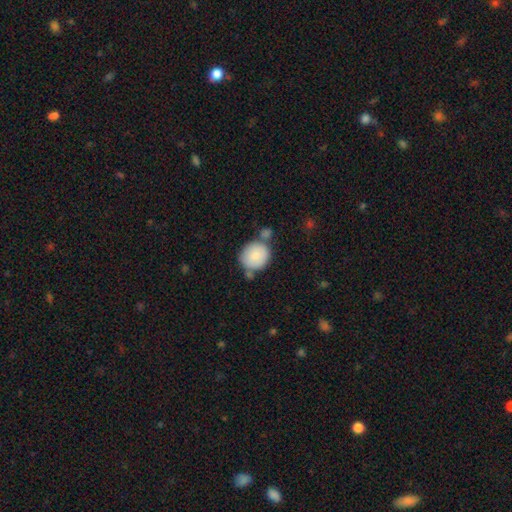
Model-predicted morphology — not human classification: Smooth or featured?
  - smooth: 85% *
  - featured or disk: 9%
  - star or artifact: 7%
How rounded?
  - round: 80% *
  - in between: 19%
  - cigar-shaped: 1%
Merging?
  - none: 59% *
  - merger: 20%
  - minor disturbance: 17%
  - major disturbance: 5%